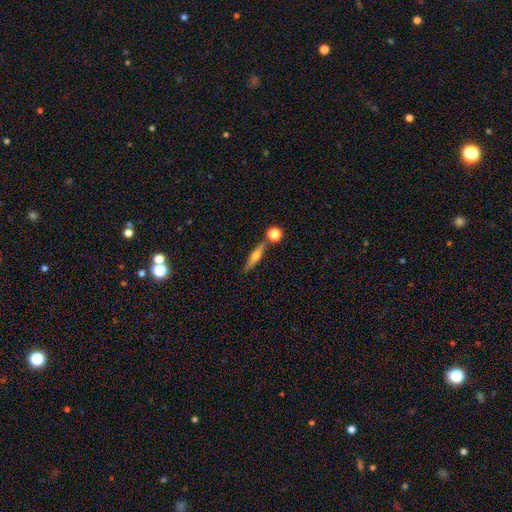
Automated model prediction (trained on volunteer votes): Q: Smooth or featured?
A: smooth (47%); runner-up: featured or disk (45%)
Q: Merging?
A: none (71%); runner-up: merger (15%)